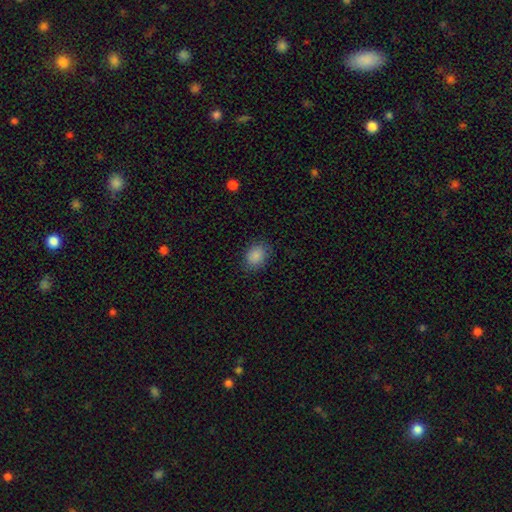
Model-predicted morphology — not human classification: Overall: smooth (88%). How rounded: in between (63%; round 36%). Merging: none (82%).